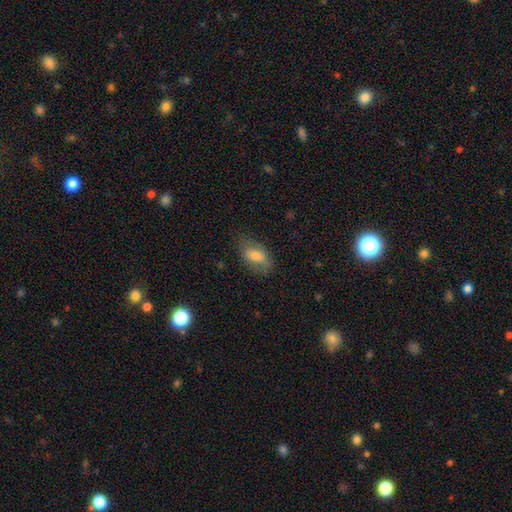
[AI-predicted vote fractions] This is likely a smooth galaxy (69%). How rounded: clearly in between (89%). Merging: likely none (73%).